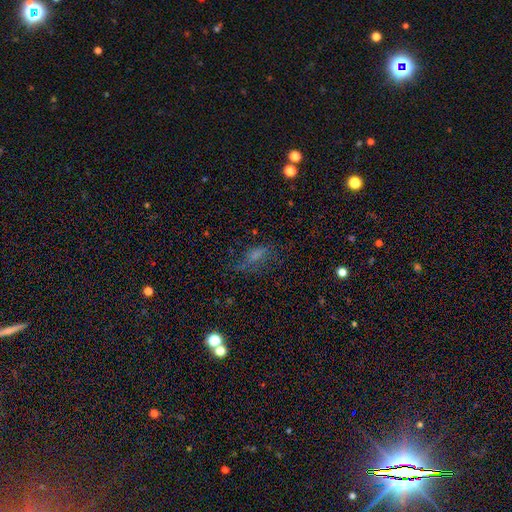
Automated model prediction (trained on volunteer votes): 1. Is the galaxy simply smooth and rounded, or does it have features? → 54% smooth, 24% featured or disk, 23% star or artifact.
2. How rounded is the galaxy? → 73% in between, 16% cigar-shaped, 11% round.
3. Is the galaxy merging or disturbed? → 51% none, 24% minor disturbance, 22% major disturbance, 3% merger.